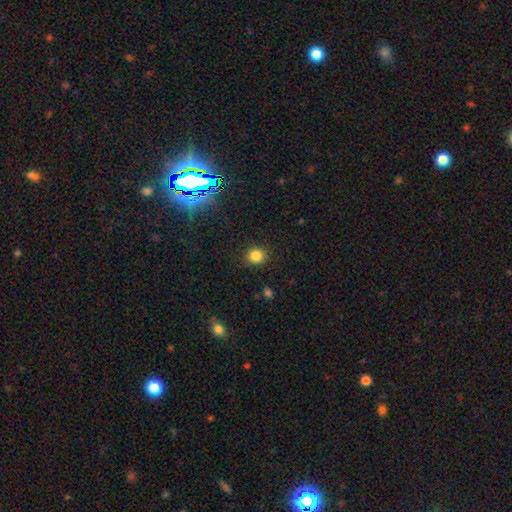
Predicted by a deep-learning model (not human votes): Smooth or featured: smooth — 83% (star or artifact — 13%)
How rounded: round — 85% (in between — 15%)
Merging: none — 89% (minor disturbance — 7%)